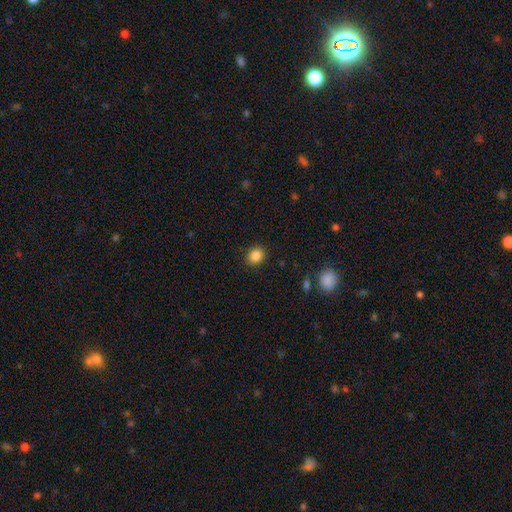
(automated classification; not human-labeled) Overall: smooth (86%). How rounded: round (71%). Merging: none (89%).